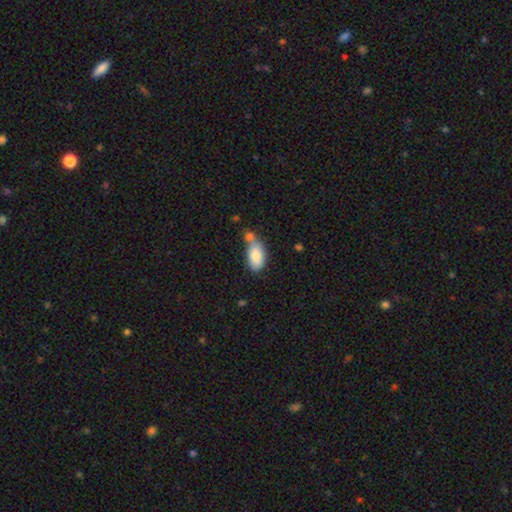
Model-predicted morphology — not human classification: This is clearly a smooth galaxy (81%). How rounded: clearly in between (92%). Merging: marginally none (42%).